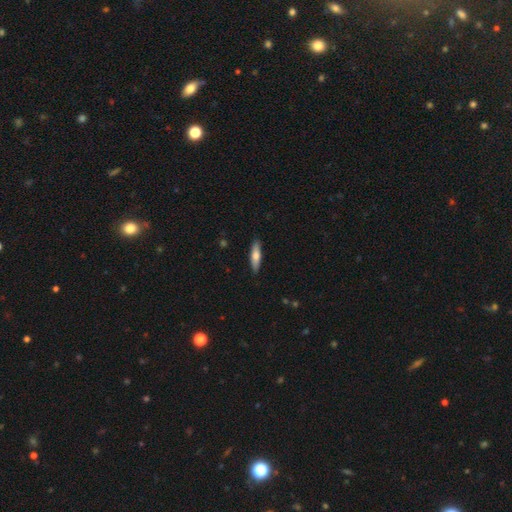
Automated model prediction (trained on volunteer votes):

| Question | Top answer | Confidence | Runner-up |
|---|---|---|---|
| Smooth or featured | smooth | 66% | featured or disk (29%) |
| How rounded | cigar-shaped | 70% | in between (28%) |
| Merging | none | 90% | minor disturbance (8%) |